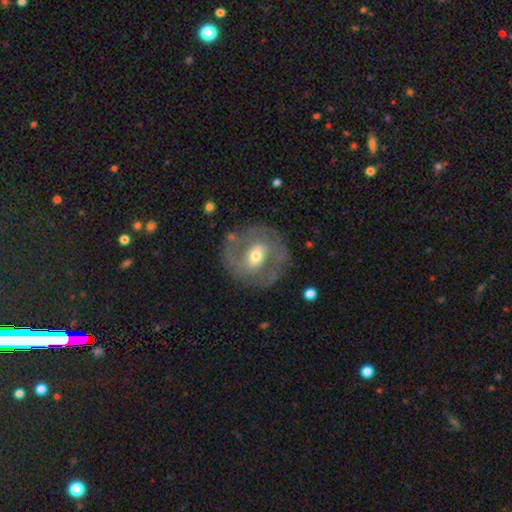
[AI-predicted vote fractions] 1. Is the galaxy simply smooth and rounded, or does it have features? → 75% featured or disk, 19% smooth, 6% star or artifact.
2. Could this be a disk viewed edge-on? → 96% no, 4% yes.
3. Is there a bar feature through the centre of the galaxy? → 46% weak, 28% strong, 27% no.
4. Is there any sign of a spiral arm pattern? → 72% yes, 28% no.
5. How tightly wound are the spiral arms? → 44% medium, 37% tight, 19% loose.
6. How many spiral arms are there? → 71% 2, 16% can't tell, 5% 3, 4% 1, 2% 4, 2% more than 4.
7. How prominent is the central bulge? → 62% moderate, 30% small, 6% large, 1% dominant, 1% none.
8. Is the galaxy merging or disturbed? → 75% none, 14% minor disturbance, 9% major disturbance, 2% merger.